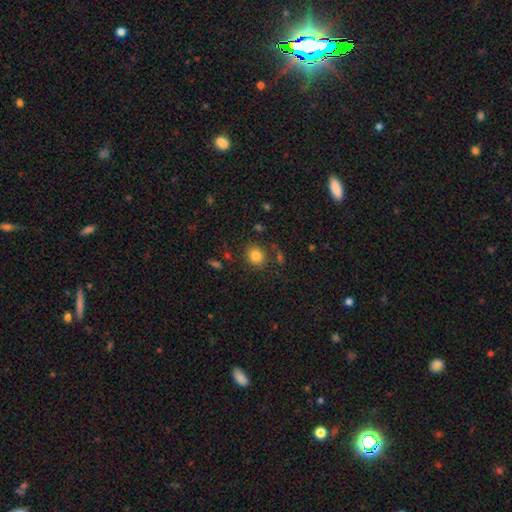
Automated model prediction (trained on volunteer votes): Overall: smooth (82%). How rounded: round (73%). Merging: none (83%).